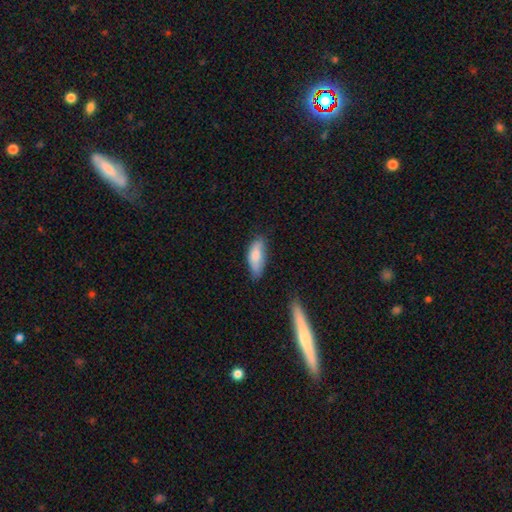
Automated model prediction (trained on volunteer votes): smooth 81%, featured or disk 13%, star or artifact 6%. Down the decision tree: how rounded — in between (76%); merging — none (62%).